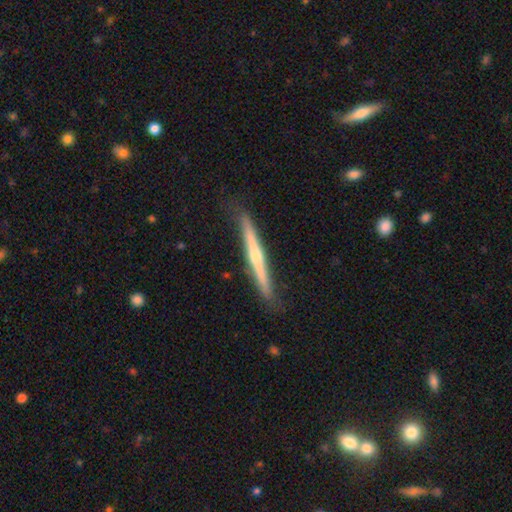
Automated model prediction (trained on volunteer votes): smooth-or-featured: featured or disk: 70% | smooth: 24% | star or artifact: 6%
  disk-edge-on: yes: 97% | no: 3%
    edge-on-bulge: rounded: 66% | none: 28% | boxy: 6%
  merging: none: 86% | minor disturbance: 11% | major disturbance: 2% | merger: 1%